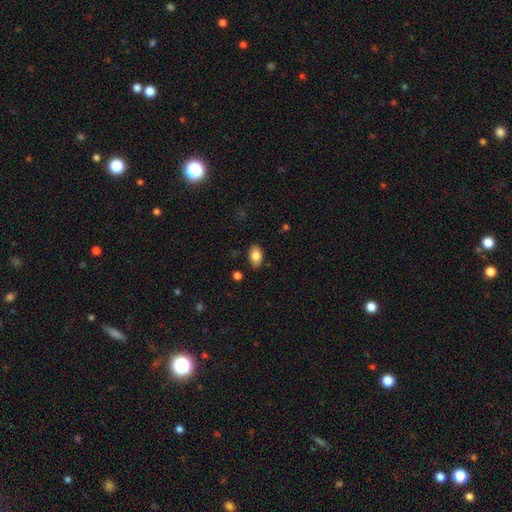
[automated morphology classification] This is clearly a smooth galaxy (83%). How rounded: clearly in between (91%). Merging: clearly none (82%).